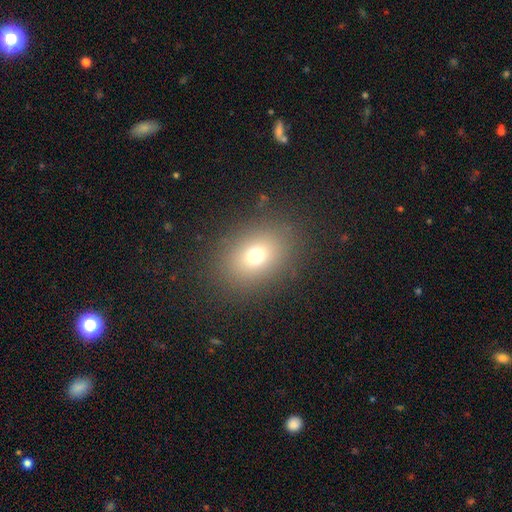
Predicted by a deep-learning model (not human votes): A smooth galaxy with no disk features (71%) that is in between round and cigar-shaped (60%).

Vote fractions:
- Smooth or featured? smooth: 71% / star or artifact: 17% / featured or disk: 12%
- How rounded? in between: 60% / round: 39% / cigar-shaped: 1%
- Merging? none: 85% / minor disturbance: 9% / major disturbance: 5% / merger: 1%